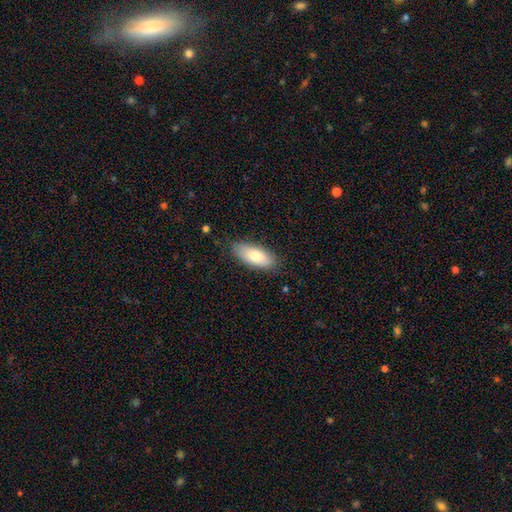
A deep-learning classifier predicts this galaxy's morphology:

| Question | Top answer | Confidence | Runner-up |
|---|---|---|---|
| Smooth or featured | smooth | 76% | featured or disk (18%) |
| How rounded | in between | 85% | cigar-shaped (13%) |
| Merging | none | 83% | minor disturbance (13%) |